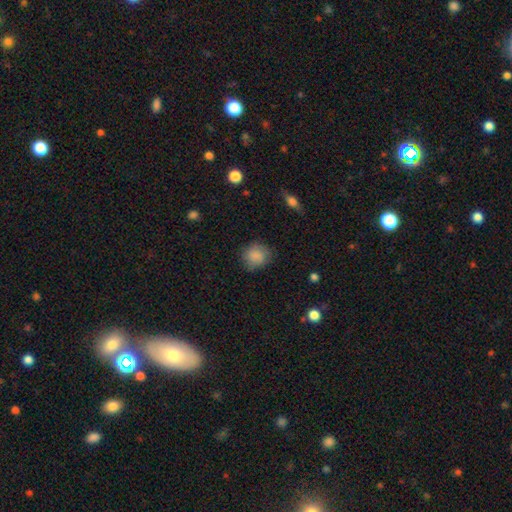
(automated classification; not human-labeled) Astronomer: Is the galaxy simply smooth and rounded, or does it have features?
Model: smooth — 83%.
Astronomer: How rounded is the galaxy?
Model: round — 79%.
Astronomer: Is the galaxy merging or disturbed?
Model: none — 76%.